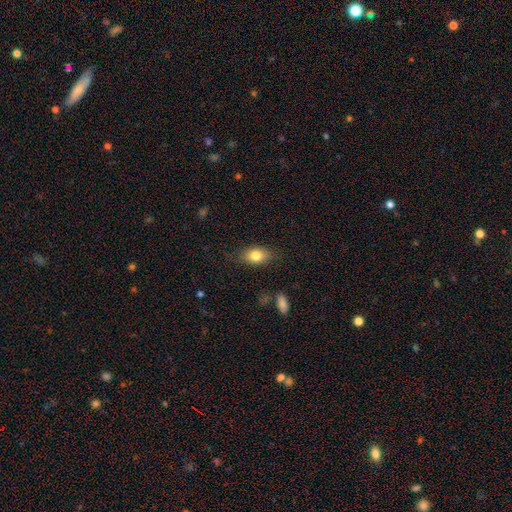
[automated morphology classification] smooth-or-featured: smooth: 80% | featured or disk: 12% | star or artifact: 8%
  how-rounded: in between: 84% | round: 13% | cigar-shaped: 3%
  merging: none: 79% | minor disturbance: 16% | major disturbance: 4% | merger: 1%